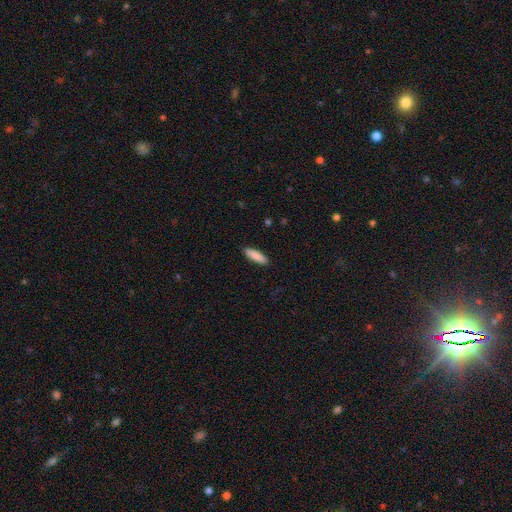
Morphology: type=smooth (87%); roundness=cigar-shaped (62%); merging=none (97%).